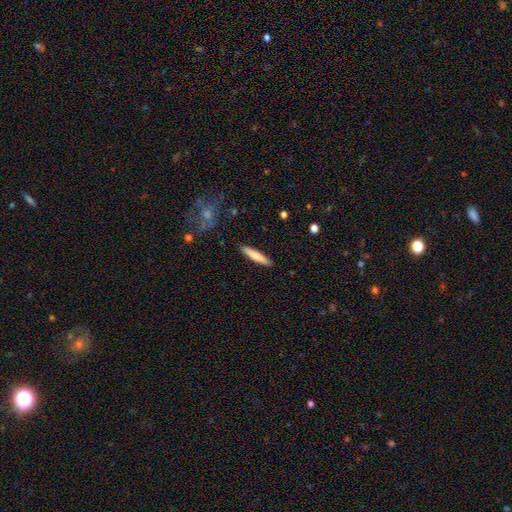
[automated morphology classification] This is likely a smooth galaxy (75%). How rounded: clearly cigar-shaped (89%). Merging: clearly none (91%).